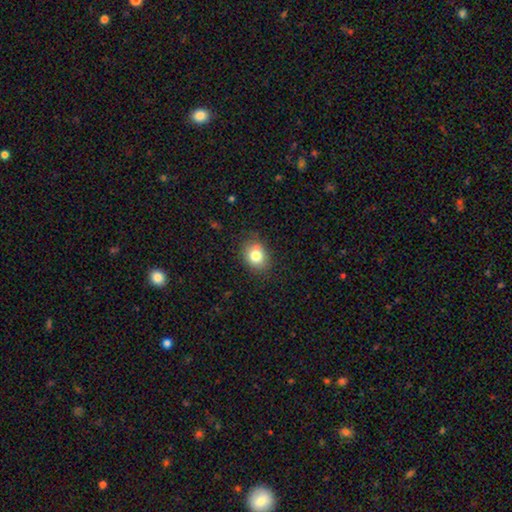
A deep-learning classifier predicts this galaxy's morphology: A smooth galaxy with no disk features (78%) that is round (54%). Merging: none (77%).